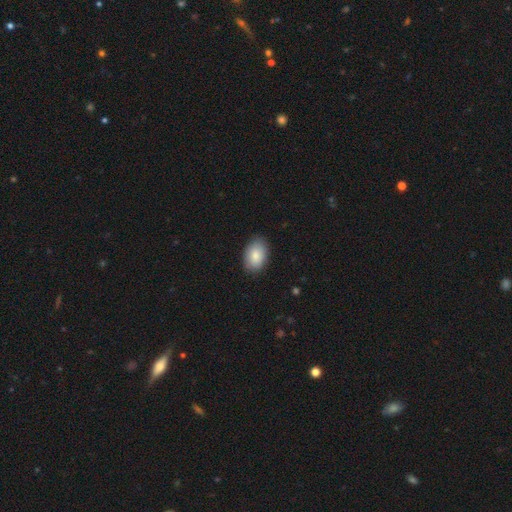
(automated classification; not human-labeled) smooth-or-featured: smooth: 86% | featured or disk: 8% | star or artifact: 6%
  how-rounded: in between: 89% | round: 10% | cigar-shaped: 1%
  merging: none: 86% | minor disturbance: 11% | major disturbance: 2% | merger: 1%